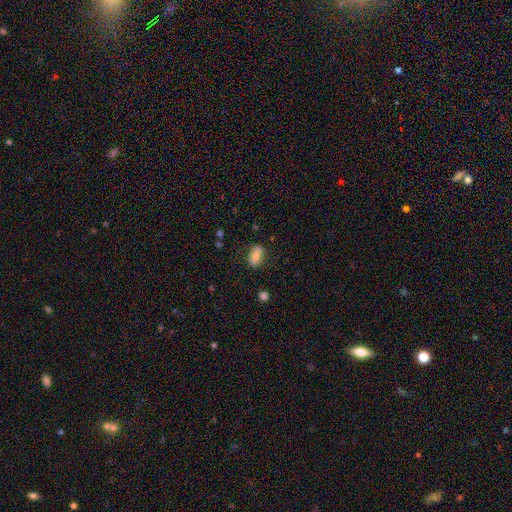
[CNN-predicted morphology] A smooth galaxy with no disk features (71%) that is in between round and cigar-shaped (87%).

Vote fractions:
- Smooth or featured? smooth: 71% / featured or disk: 22% / star or artifact: 8%
- How rounded? in between: 87% / round: 8% / cigar-shaped: 5%
- Merging? none: 79% / minor disturbance: 15% / major disturbance: 4% / merger: 2%